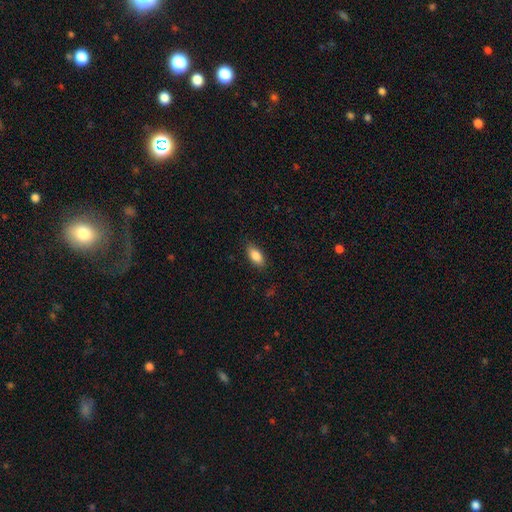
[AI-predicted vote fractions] Smooth or featured: smooth — 85% (featured or disk — 8%)
How rounded: in between — 88% (cigar-shaped — 9%)
Merging: none — 86% (minor disturbance — 11%)